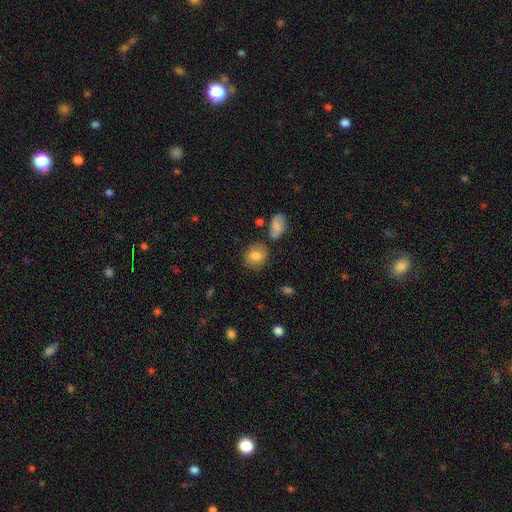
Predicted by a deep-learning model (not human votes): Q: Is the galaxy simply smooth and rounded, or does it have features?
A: smooth — 81%.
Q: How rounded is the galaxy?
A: round — 69%.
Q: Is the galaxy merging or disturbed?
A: none — 75%.